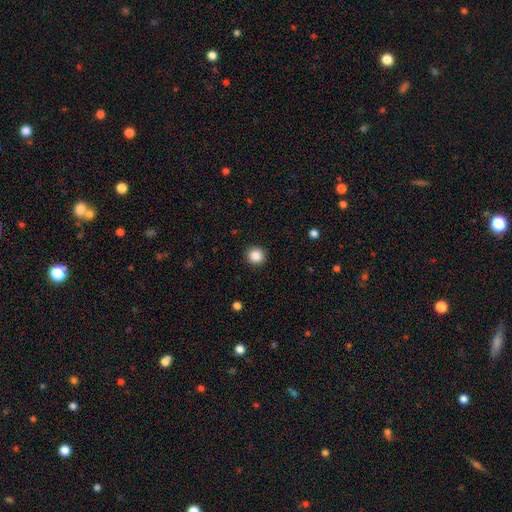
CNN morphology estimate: smooth_or_featured: smooth (p=0.88) [alt: star or artifact p=0.10]
how_rounded: round (p=0.92) [alt: in between p=0.07]
merging: none (p=0.91) [alt: minor disturbance p=0.06]